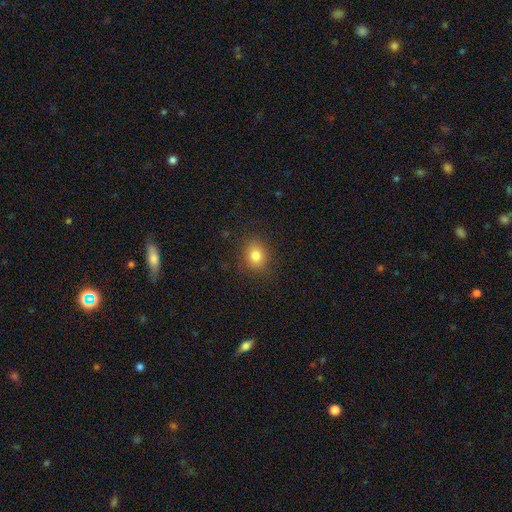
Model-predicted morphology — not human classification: The model was most divided on "how rounded": round: 63%, in between: 36%, cigar-shaped: 1%. More confident: merging — none (86%); smooth or featured — smooth (81%).